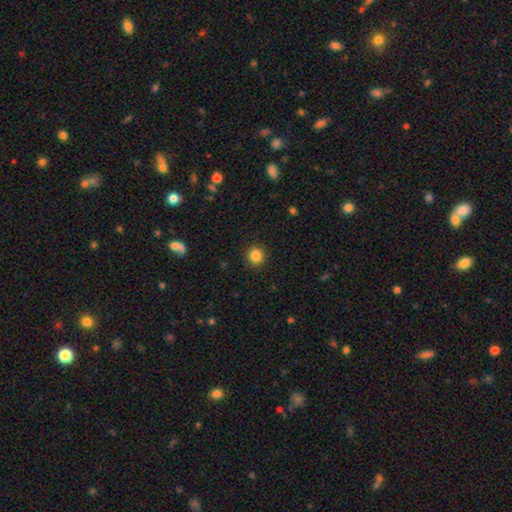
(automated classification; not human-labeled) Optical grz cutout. It shows a smooth galaxy with no disk features (85%) that is round (91%). Merging: none (92%).